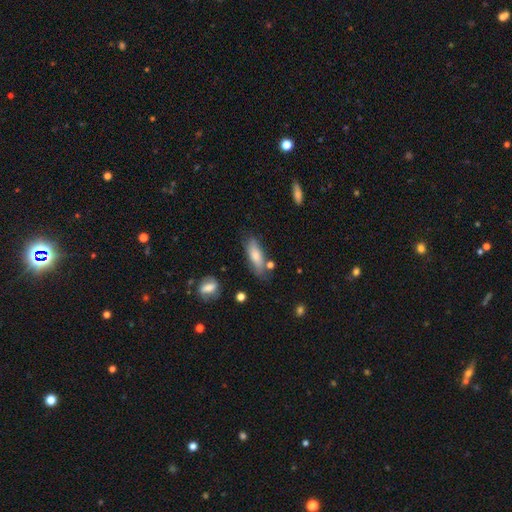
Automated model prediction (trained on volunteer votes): Smooth or featured: smooth — 71% (featured or disk — 22%)
How rounded: in between — 64% (cigar-shaped — 34%)
Merging: none — 66% (minor disturbance — 22%)